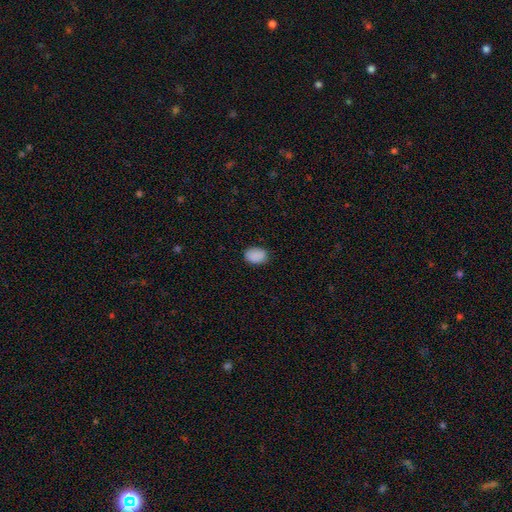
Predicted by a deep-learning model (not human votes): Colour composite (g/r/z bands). It shows a smooth galaxy with no disk features (89%) that is in between round and cigar-shaped (80%). Merging: none (86%).